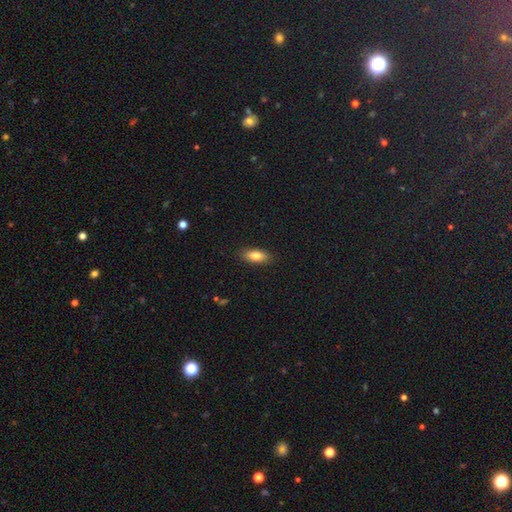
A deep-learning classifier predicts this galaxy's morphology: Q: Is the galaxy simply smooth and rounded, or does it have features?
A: smooth — 82%.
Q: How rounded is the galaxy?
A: in between — 81%.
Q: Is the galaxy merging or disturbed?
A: none — 88%.